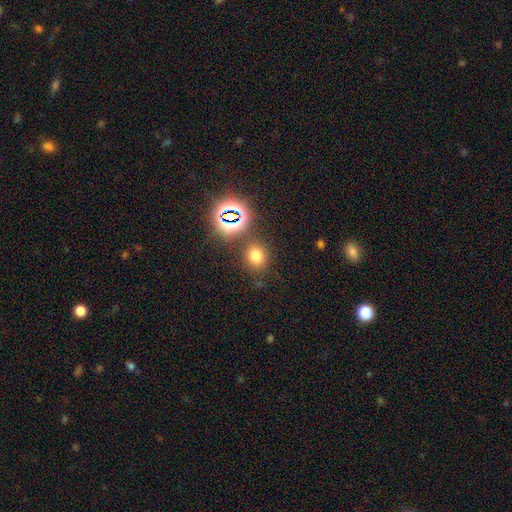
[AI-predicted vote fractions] Smooth or featured? smooth (67%)
How rounded? round (73%)
Merging? none (80%)